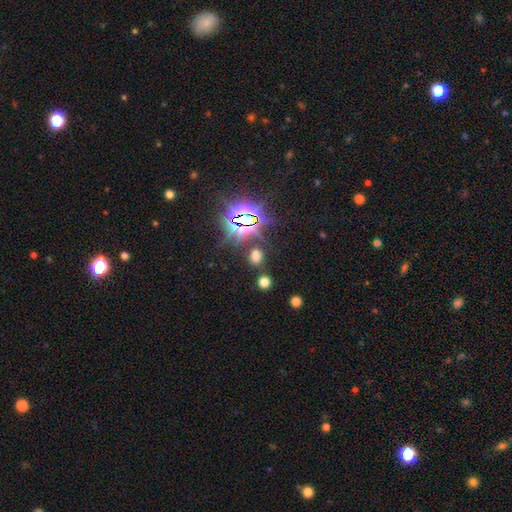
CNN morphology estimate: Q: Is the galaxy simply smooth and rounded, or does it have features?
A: smooth — 55%.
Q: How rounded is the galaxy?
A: in between — 53%.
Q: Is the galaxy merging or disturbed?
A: none — 82%.